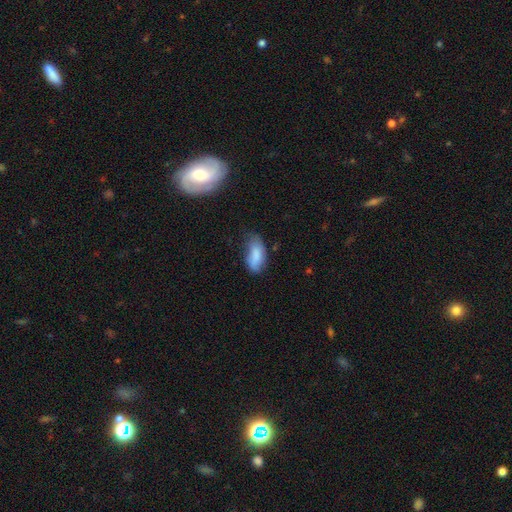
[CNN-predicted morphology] Smooth or featured: smooth — 78% (featured or disk — 15%)
How rounded: in between — 91% (cigar-shaped — 6%)
Merging: none — 43% (minor disturbance — 40%)